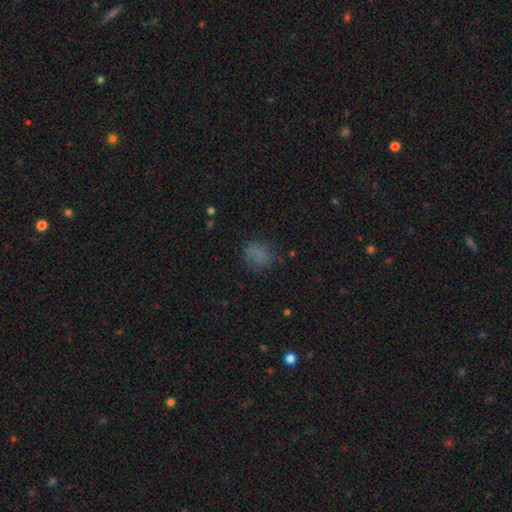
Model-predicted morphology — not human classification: Overall: smooth (70%). How rounded: round (57%; in between 41%). Merging: none (73%).